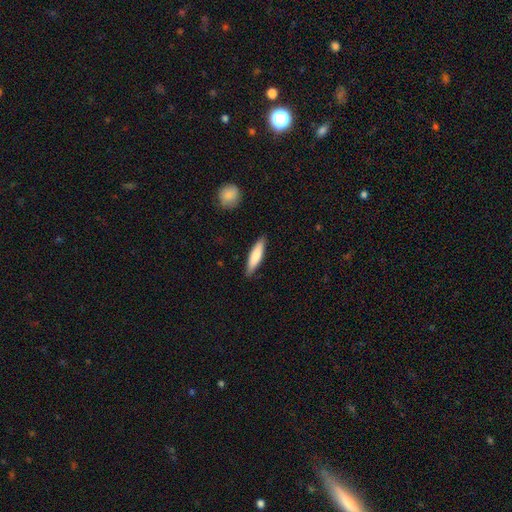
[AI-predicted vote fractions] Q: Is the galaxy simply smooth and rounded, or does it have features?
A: smooth — 78%.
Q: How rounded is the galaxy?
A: cigar-shaped — 73%.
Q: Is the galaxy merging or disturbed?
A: none — 87%.